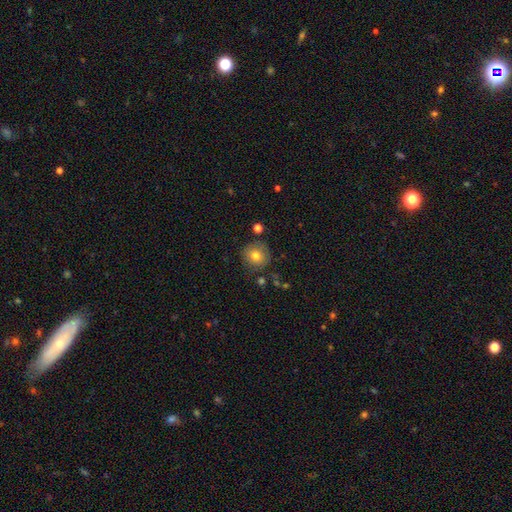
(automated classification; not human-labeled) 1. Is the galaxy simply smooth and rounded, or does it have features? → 76% smooth, 13% featured or disk, 11% star or artifact.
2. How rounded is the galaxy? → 92% round, 7% in between, 1% cigar-shaped.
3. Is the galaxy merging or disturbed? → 83% none, 11% minor disturbance, 3% merger, 3% major disturbance.